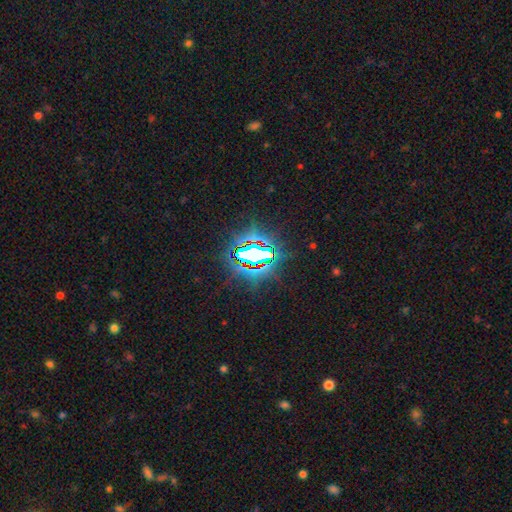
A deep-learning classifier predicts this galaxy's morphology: This is likely a star or artifact rather than a galaxy (78%).